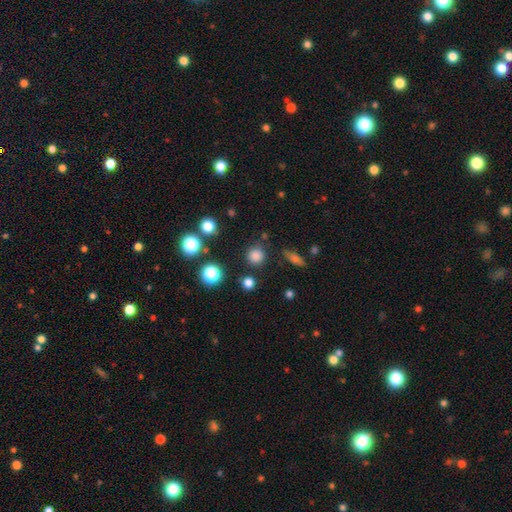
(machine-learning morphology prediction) Smooth or featured?
  - smooth: 79% *
  - star or artifact: 16%
  - featured or disk: 5%
How rounded?
  - round: 93% *
  - in between: 6%
  - cigar-shaped: 1%
Merging?
  - none: 84% *
  - minor disturbance: 9%
  - major disturbance: 3%
  - merger: 3%